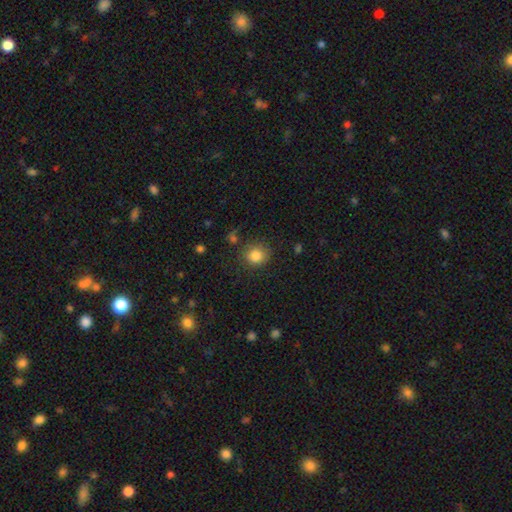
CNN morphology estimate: A smooth galaxy with no disk features (83%) that is round (84%). Merging: none (82%).